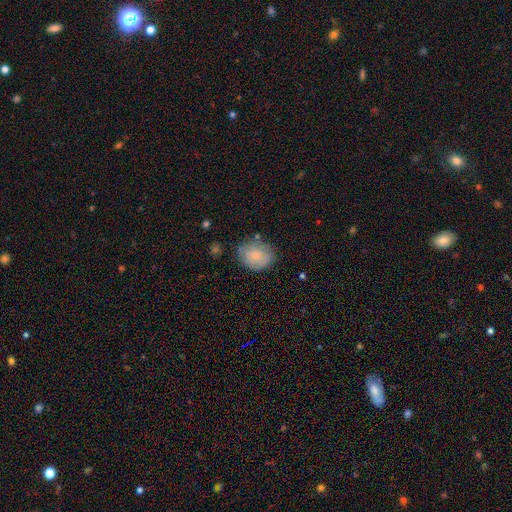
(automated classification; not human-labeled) Smooth or featured? Predicted: smooth (p=0.67). How rounded? Predicted: round (p=0.53). Merging? Predicted: none (p=0.68).